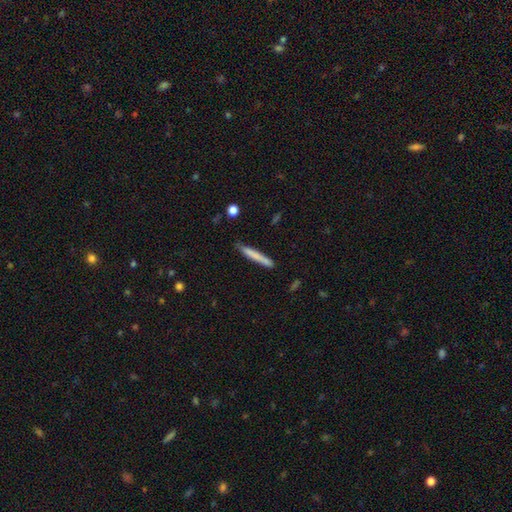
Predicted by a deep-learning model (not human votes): A smooth galaxy with no disk features (72%) that is cigar-shaped (96%). Merging: none (83%).